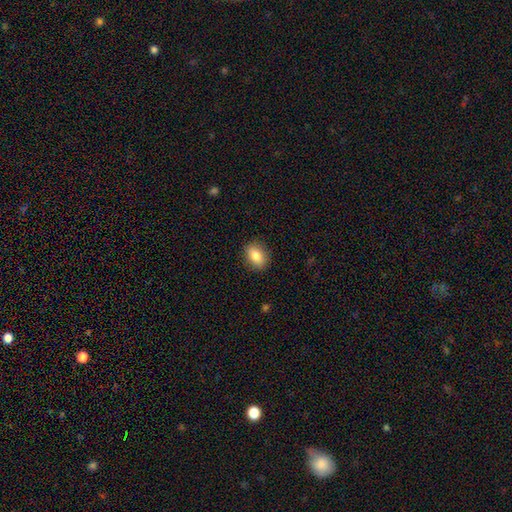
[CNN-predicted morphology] smooth 84%, featured or disk 9%, star or artifact 8%. Down the decision tree: how rounded — in between (77%); merging — none (88%).